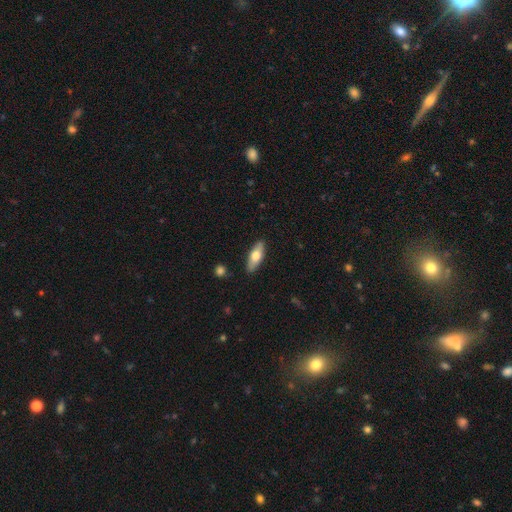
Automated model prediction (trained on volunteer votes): This appears to be a smooth galaxy with no disk features (67%) that is in between round and cigar-shaped (68%). Merging: none (86%).